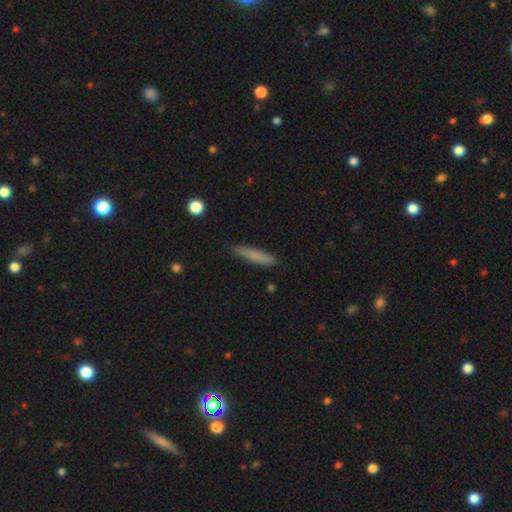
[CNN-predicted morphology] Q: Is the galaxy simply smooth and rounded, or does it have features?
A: smooth — 78%.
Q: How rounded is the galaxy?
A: cigar-shaped — 91%.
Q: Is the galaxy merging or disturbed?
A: none — 87%.